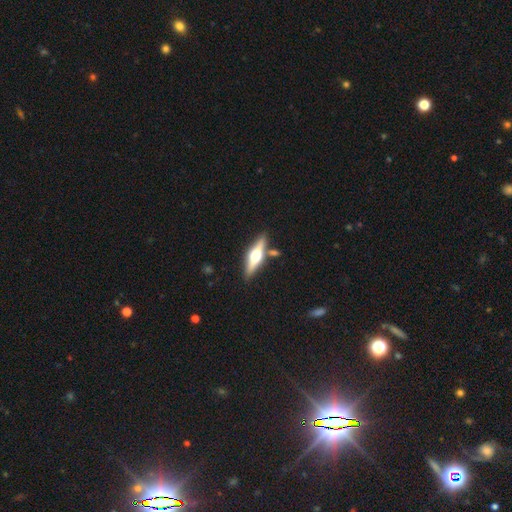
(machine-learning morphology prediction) A featured or disk galaxy (69%) viewed edge-on (96%) with a rounded central bulge (95%).

Vote fractions:
- Smooth or featured? featured or disk: 69% / smooth: 25% / star or artifact: 6%
- Edge-on disk? yes: 96% / no: 4%
- Edge-on bulge? rounded: 95% / boxy: 3% / none: 1%
- Merging? none: 82% / minor disturbance: 9% / merger: 6% / major disturbance: 2%